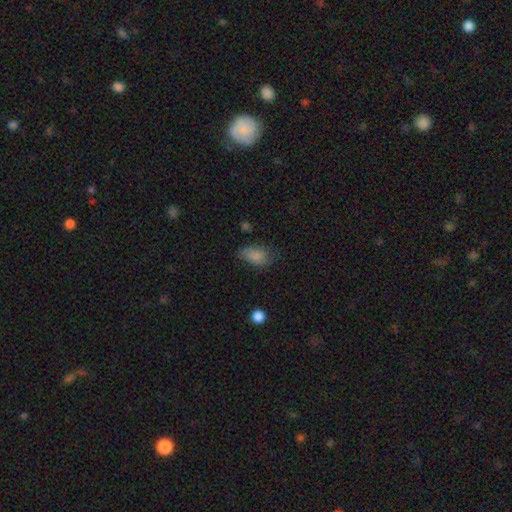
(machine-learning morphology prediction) Smooth or featured? Predicted: smooth (p=0.79). How rounded? Predicted: in between (p=0.89). Merging? Predicted: none (p=0.48).